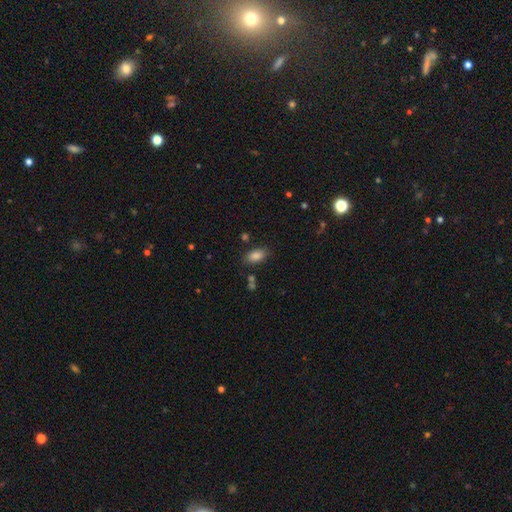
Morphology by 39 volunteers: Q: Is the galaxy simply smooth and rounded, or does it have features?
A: smooth — 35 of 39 (90%).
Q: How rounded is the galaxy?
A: in between — 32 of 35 (91%).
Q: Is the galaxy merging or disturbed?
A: none — 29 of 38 (76%).